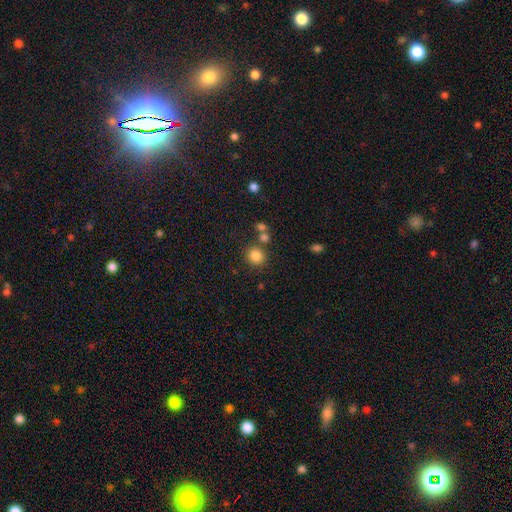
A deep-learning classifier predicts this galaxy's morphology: Smooth or featured? Predicted: smooth (p=0.83). How rounded? Predicted: round (p=0.85). Merging? Predicted: none (p=0.76).